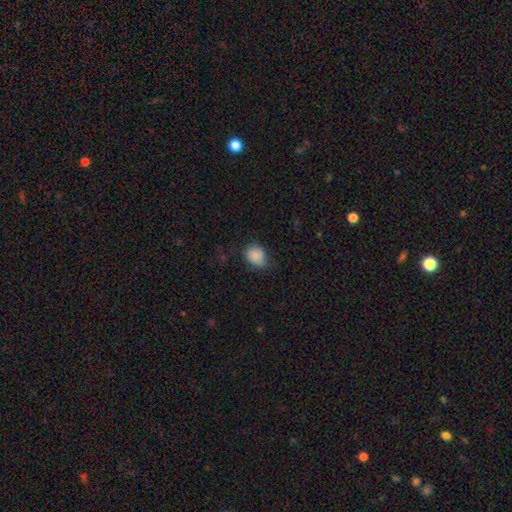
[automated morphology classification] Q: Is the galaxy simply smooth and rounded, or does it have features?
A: smooth — 84%.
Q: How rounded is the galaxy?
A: in between — 53%.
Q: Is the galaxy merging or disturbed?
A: none — 64%.